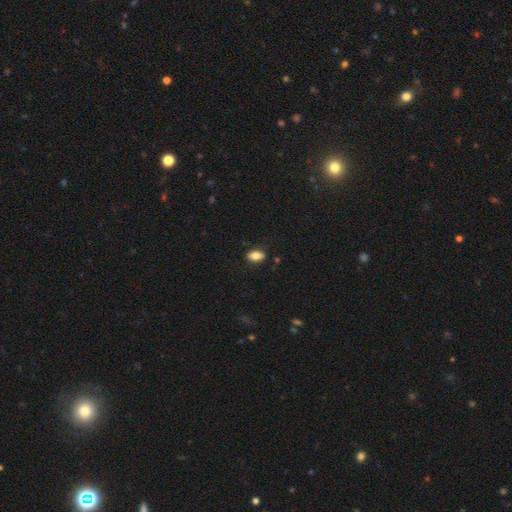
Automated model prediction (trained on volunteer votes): smooth-or-featured: smooth: 83% | featured or disk: 9% | star or artifact: 8%
  how-rounded: in between: 89% | round: 8% | cigar-shaped: 3%
  merging: none: 86% | minor disturbance: 11% | major disturbance: 2% | merger: 1%